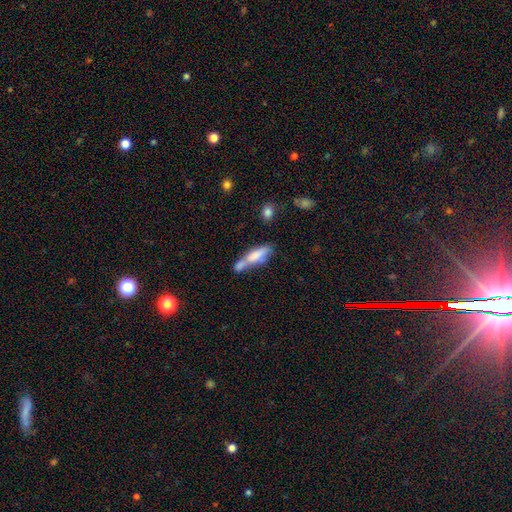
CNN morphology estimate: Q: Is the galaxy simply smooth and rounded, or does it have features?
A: smooth — 66%.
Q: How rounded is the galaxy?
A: cigar-shaped — 65%.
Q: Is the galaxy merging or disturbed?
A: merger — 41%.